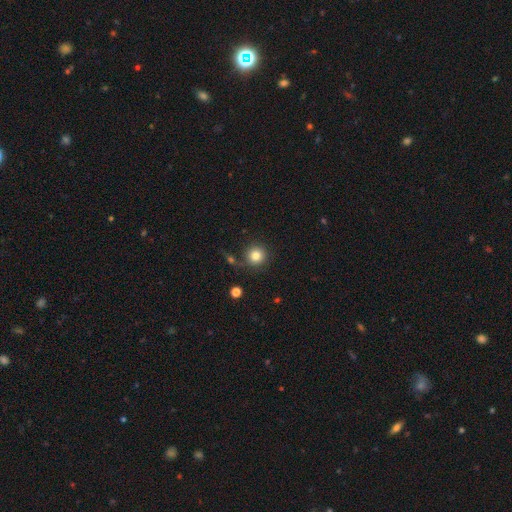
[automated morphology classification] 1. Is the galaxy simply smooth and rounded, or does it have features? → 82% smooth, 11% star or artifact, 8% featured or disk.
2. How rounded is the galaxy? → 94% round, 5% in between, 1% cigar-shaped.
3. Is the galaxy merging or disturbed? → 76% none, 10% minor disturbance, 9% merger, 5% major disturbance.